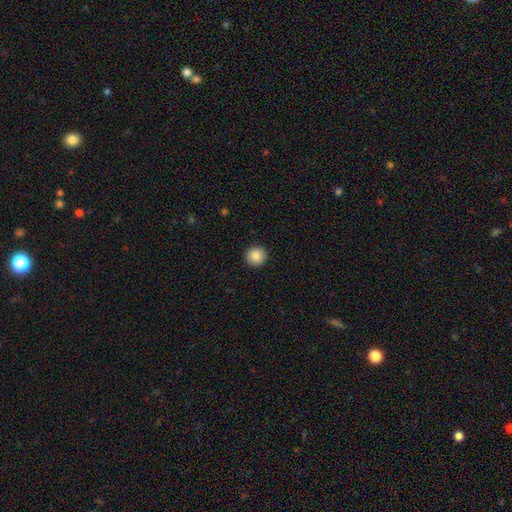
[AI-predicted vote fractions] smooth_or_featured: smooth (p=0.85) [alt: star or artifact p=0.09]
how_rounded: round (p=0.95) [alt: in between p=0.04]
merging: none (p=0.93) [alt: minor disturbance p=0.04]